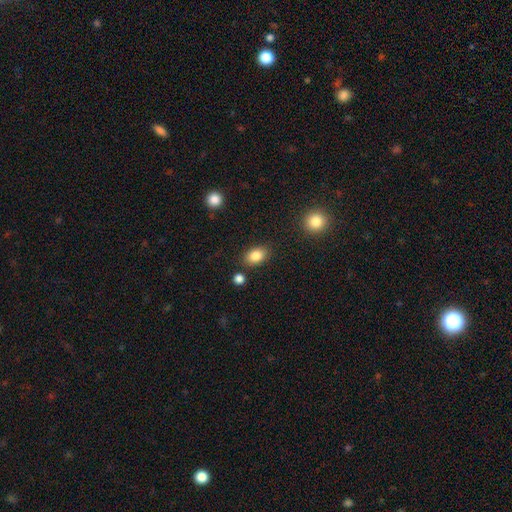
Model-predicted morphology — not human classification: A smooth galaxy with no disk features (85%) that is in between round and cigar-shaped (83%).

Vote fractions:
- Smooth or featured? smooth: 85% / star or artifact: 9% / featured or disk: 7%
- How rounded? in between: 83% / round: 16% / cigar-shaped: 1%
- Merging? none: 84% / minor disturbance: 10% / merger: 4% / major disturbance: 3%